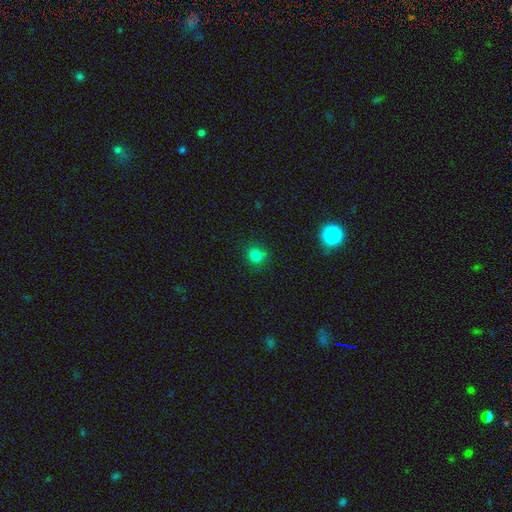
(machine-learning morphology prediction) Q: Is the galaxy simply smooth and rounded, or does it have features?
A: smooth — 80%.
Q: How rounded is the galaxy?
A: round — 88%.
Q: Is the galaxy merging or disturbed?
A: none — 84%.